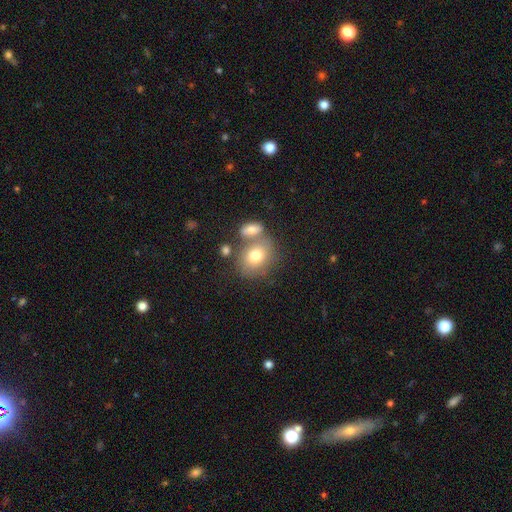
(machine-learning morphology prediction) Smooth or featured? Predicted: smooth (p=0.75). How rounded? Predicted: in between (p=0.54). Merging? Predicted: none (p=0.51).